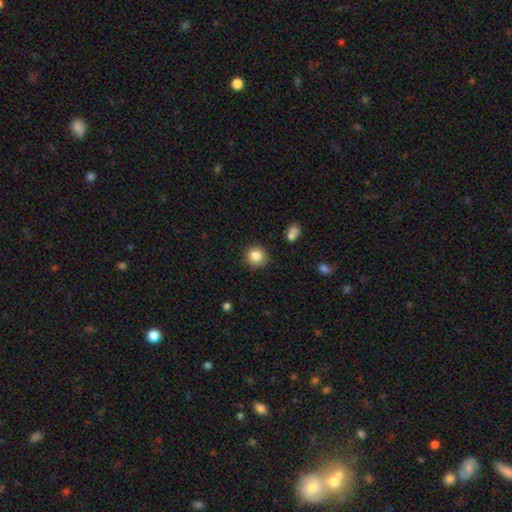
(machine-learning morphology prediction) Smooth or featured? Predicted: smooth (p=0.85). How rounded? Predicted: round (p=0.89). Merging? Predicted: none (p=0.88).